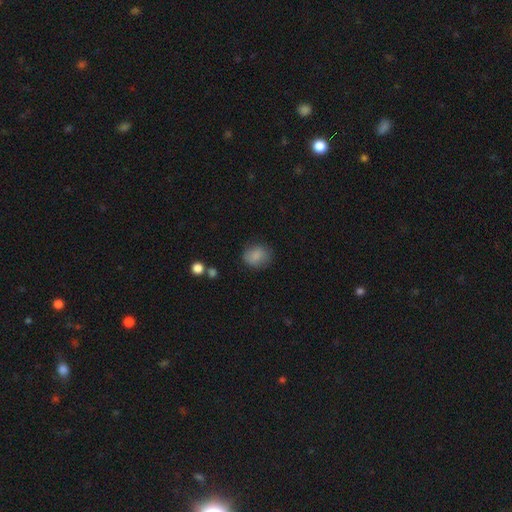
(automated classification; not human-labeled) Q: Smooth or featured?
A: smooth (83%); runner-up: star or artifact (9%)
Q: How rounded?
A: round (62%); runner-up: in between (37%)
Q: Merging?
A: none (79%); runner-up: minor disturbance (15%)